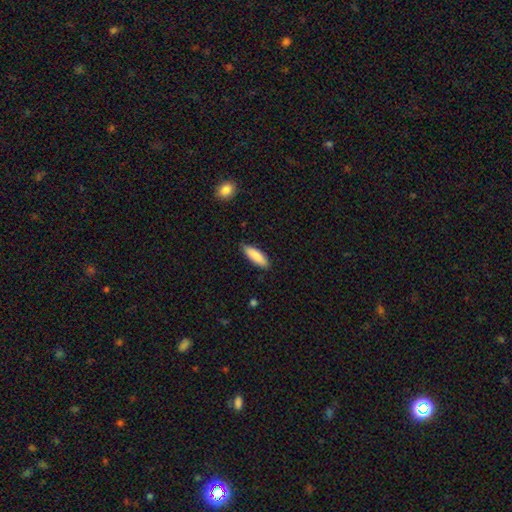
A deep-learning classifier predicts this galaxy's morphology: The model was most divided on "how rounded" (2-way tie): in between: 49%, cigar-shaped: 49%, round: 1%. More confident: smooth or featured — smooth (87%); merging — none (84%).